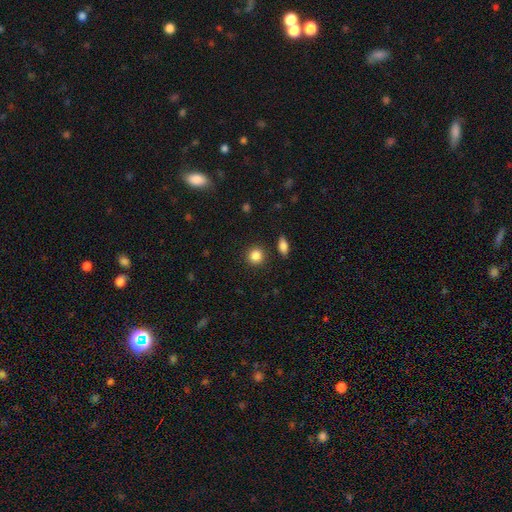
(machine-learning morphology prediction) Smooth or featured? Predicted: smooth (p=0.86). How rounded? Predicted: round (p=0.88). Merging? Predicted: none (p=0.89).